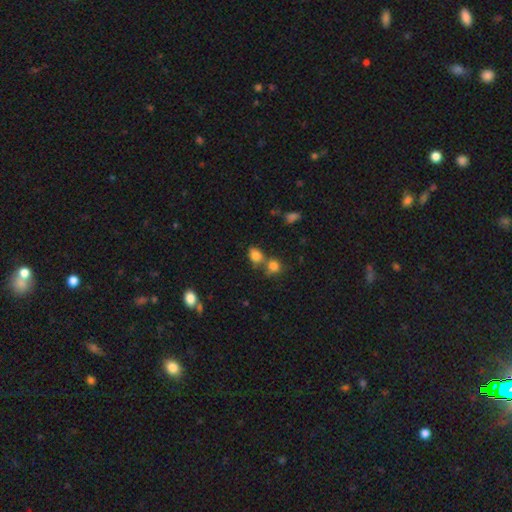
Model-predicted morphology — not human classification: Smooth or featured? Predicted: smooth (p=0.81). How rounded? Predicted: in between (p=0.57). Merging? Predicted: none (p=0.49).